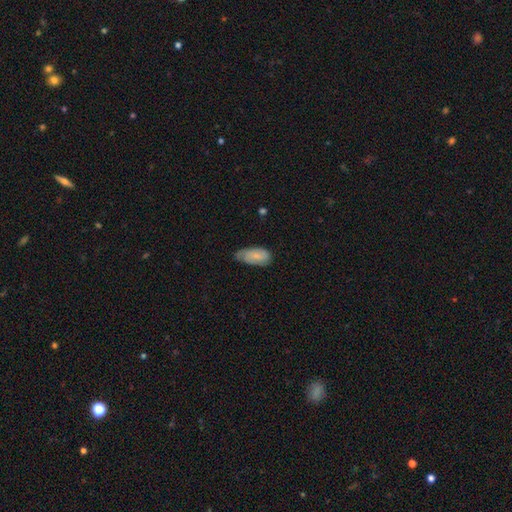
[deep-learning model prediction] A smooth galaxy with no disk features (67%) that is in between round and cigar-shaped (91%). Merging: none (50%).